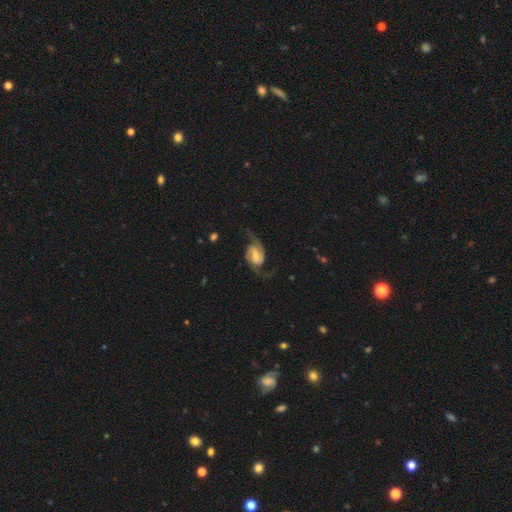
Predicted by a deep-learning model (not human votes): Overall: featured or disk (88%). Edge-on disk: no (98%). Bar: weak (53%; strong 26%). Spiral arms: yes (97%). Spiral arm count: 2 (93%). Spiral winding: medium (46%; loose 40%). Bulge size: moderate (38%; small 28%). Merging: none (69%).